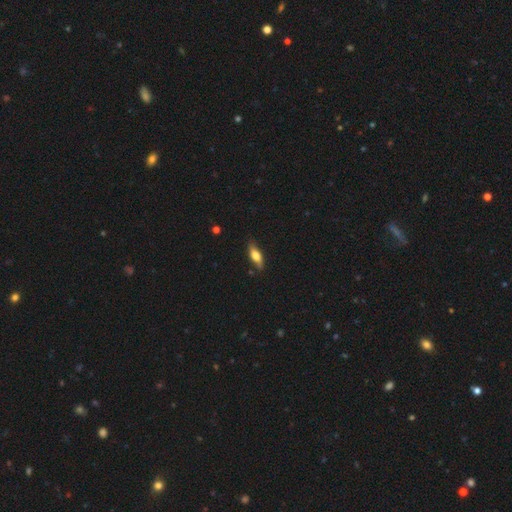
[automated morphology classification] Q: Smooth or featured?
A: smooth (63%); runner-up: featured or disk (31%)
Q: How rounded?
A: in between (62%); runner-up: cigar-shaped (35%)
Q: Merging?
A: none (82%); runner-up: minor disturbance (15%)